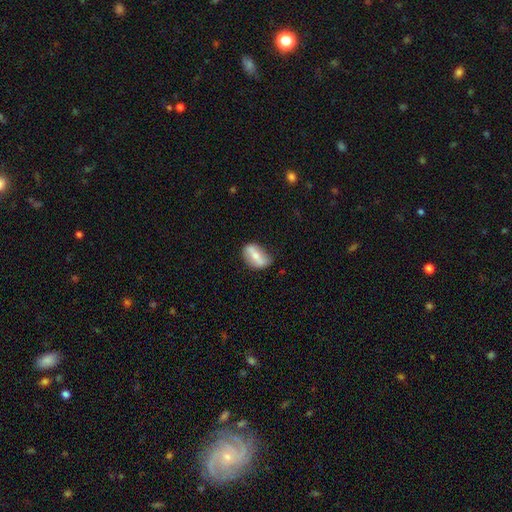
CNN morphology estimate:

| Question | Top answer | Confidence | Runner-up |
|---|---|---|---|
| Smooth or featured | smooth | 47% | featured or disk (46%) |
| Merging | none | 66% | minor disturbance (24%) |